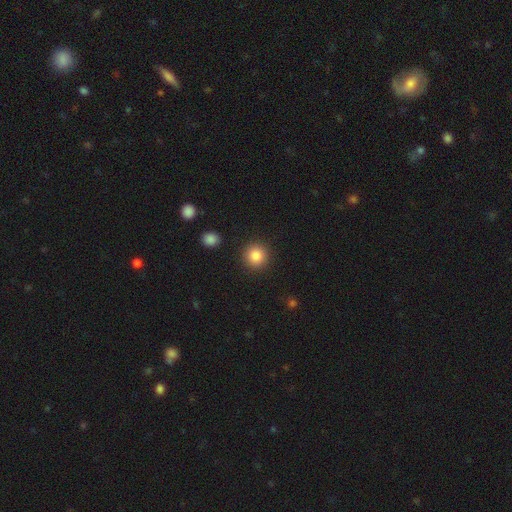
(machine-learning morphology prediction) This appears to be a smooth galaxy with no disk features (86%) that is round (94%). Merging: none (91%).